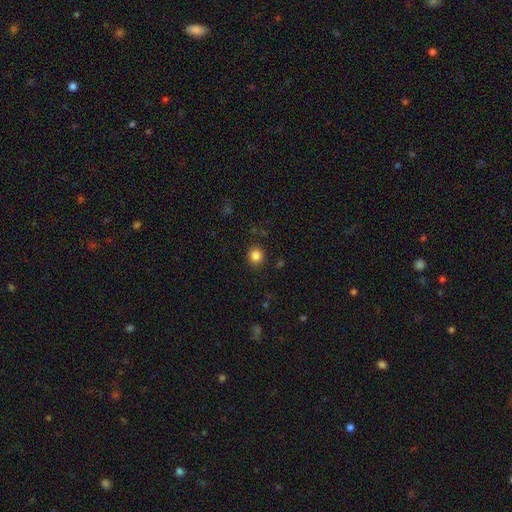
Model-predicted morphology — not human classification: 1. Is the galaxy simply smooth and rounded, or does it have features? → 84% smooth, 12% star or artifact, 4% featured or disk.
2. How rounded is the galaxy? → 90% round, 9% in between, 1% cigar-shaped.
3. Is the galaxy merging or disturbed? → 90% none, 7% minor disturbance, 2% major disturbance, 1% merger.